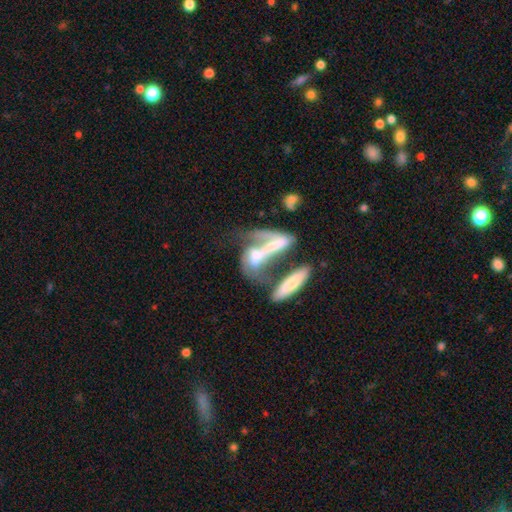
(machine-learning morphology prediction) featured or disk 58%, smooth 32%, star or artifact 9%. Down the decision tree: edge-on disk — no (84%); merging — merger (61%).